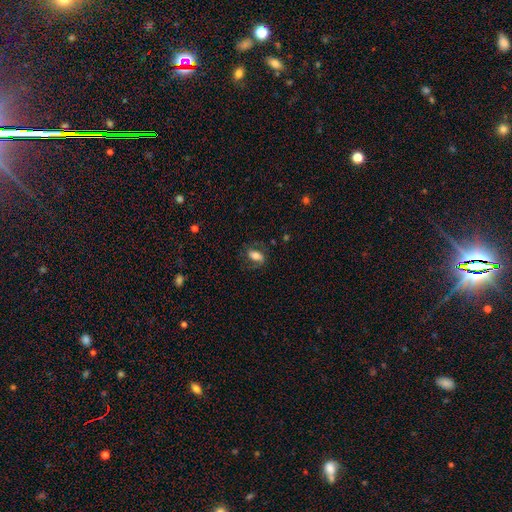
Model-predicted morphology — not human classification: Smooth or featured: smooth — 65% (featured or disk — 27%)
How rounded: in between — 85% (round — 8%)
Merging: none — 69% (minor disturbance — 19%)